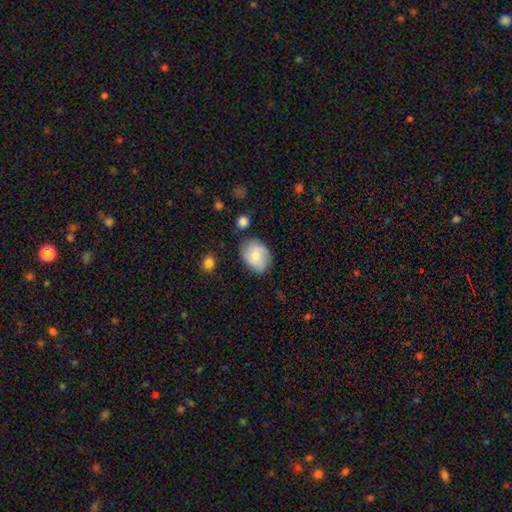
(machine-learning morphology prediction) Smooth or featured?
  - smooth: 68% *
  - featured or disk: 25%
  - star or artifact: 7%
How rounded?
  - in between: 63% *
  - round: 36%
  - cigar-shaped: 1%
Merging?
  - none: 69% *
  - minor disturbance: 23%
  - major disturbance: 5%
  - merger: 3%